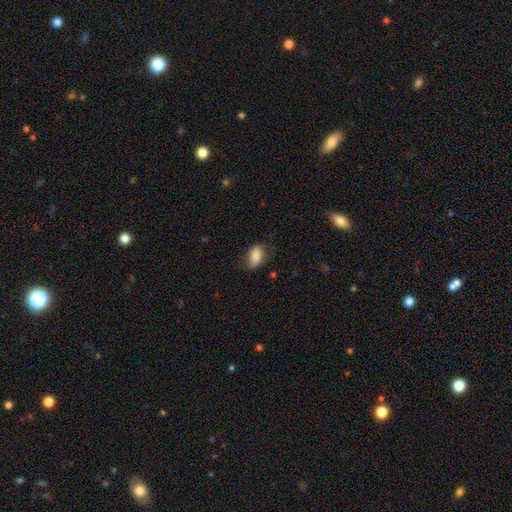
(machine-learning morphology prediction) smooth_or_featured: smooth (p=0.76) [alt: featured or disk p=0.17]
how_rounded: in between (p=0.88) [alt: round p=0.09]
merging: none (p=0.65) [alt: minor disturbance p=0.26]